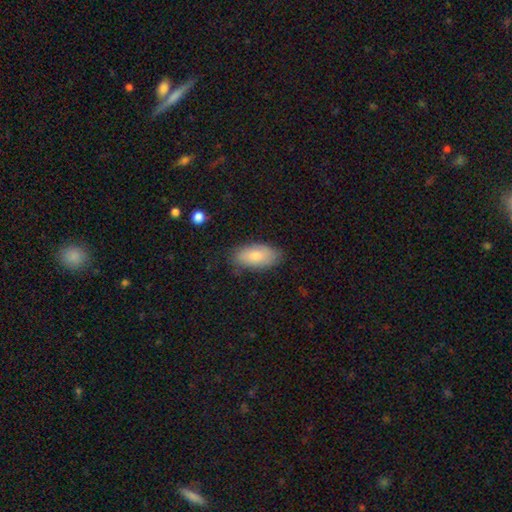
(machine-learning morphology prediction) Smooth or featured?
  - smooth: 80% *
  - featured or disk: 14%
  - star or artifact: 6%
How rounded?
  - in between: 93% *
  - cigar-shaped: 4%
  - round: 3%
Merging?
  - none: 78% *
  - minor disturbance: 17%
  - major disturbance: 4%
  - merger: 1%